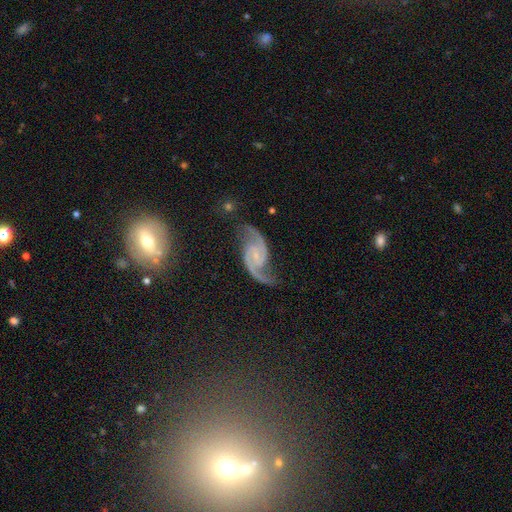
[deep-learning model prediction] A featured or disk galaxy (90%) with no bar (56%), 2 (94%) medium (53%) spiral arms (98%) and a small central bulge (68%). Merging: none (72%).